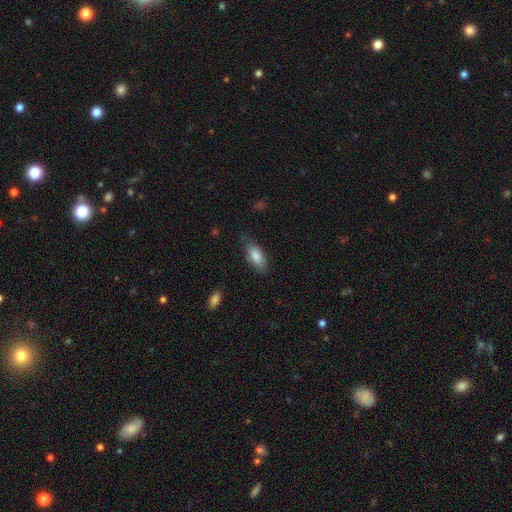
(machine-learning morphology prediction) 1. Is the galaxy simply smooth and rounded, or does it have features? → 83% smooth, 10% featured or disk, 6% star or artifact.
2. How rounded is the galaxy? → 84% in between, 14% cigar-shaped, 2% round.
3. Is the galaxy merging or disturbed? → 75% none, 20% minor disturbance, 4% major disturbance, 1% merger.